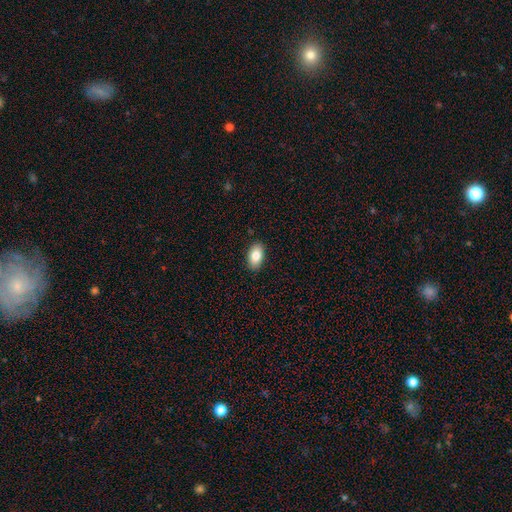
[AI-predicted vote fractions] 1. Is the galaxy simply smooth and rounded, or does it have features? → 83% smooth, 9% featured or disk, 7% star or artifact.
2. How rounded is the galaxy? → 93% in between, 5% round, 2% cigar-shaped.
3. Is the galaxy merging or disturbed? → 89% none, 8% minor disturbance, 2% major disturbance, 1% merger.